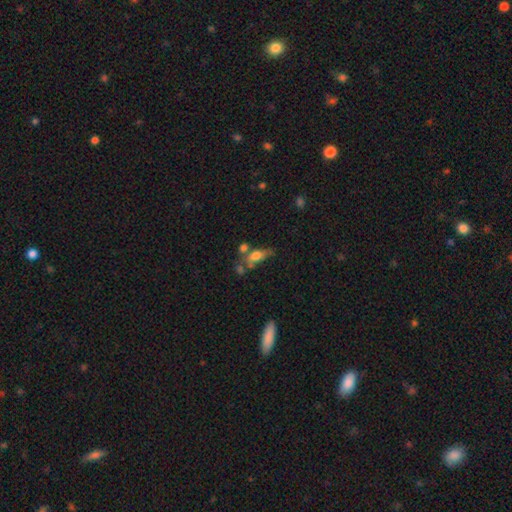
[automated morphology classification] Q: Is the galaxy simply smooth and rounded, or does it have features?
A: smooth — 61%.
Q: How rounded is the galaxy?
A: in between — 74%.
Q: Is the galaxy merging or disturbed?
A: none — 33%.